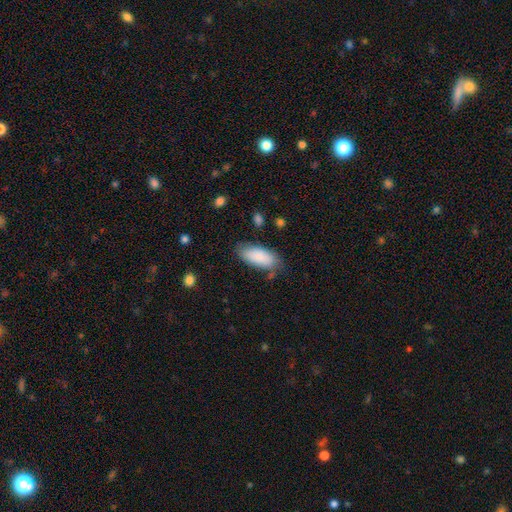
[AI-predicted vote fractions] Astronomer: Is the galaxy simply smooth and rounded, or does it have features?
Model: smooth — 86%.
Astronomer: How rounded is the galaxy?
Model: in between — 87%.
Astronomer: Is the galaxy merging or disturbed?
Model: none — 75%.